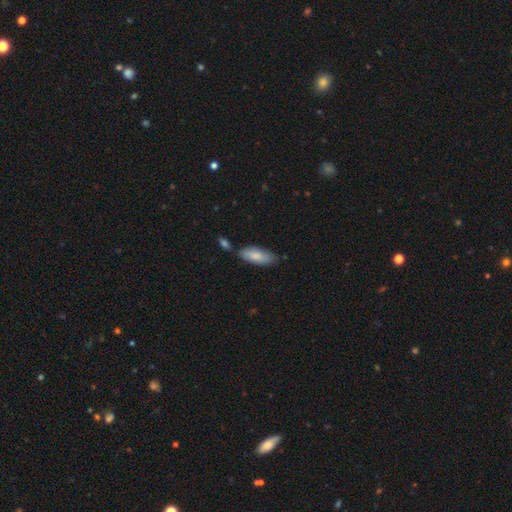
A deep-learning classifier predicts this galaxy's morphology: Smooth or featured?
  - smooth: 82% *
  - featured or disk: 13%
  - star or artifact: 5%
How rounded?
  - in between: 77% *
  - cigar-shaped: 22%
  - round: 2%
Merging?
  - none: 66% *
  - minor disturbance: 20%
  - merger: 10%
  - major disturbance: 4%